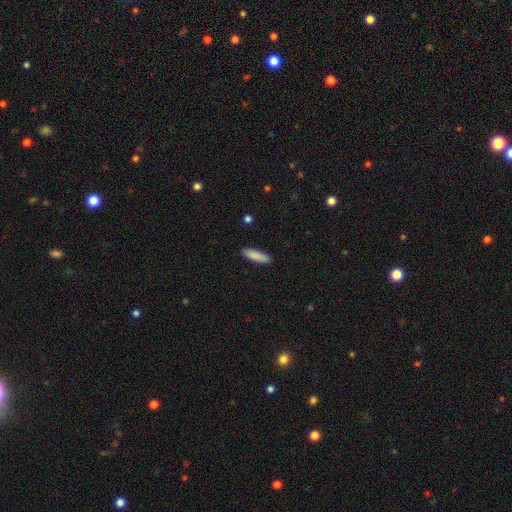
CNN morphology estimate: Smooth or featured? Predicted: smooth (p=0.87). How rounded? Predicted: cigar-shaped (p=0.63). Merging? Predicted: none (p=0.89).